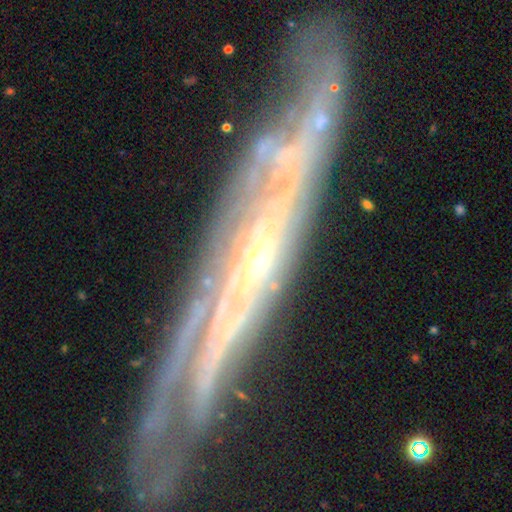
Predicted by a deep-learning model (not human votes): A featured or disk galaxy (86%). Merging: none (80%).